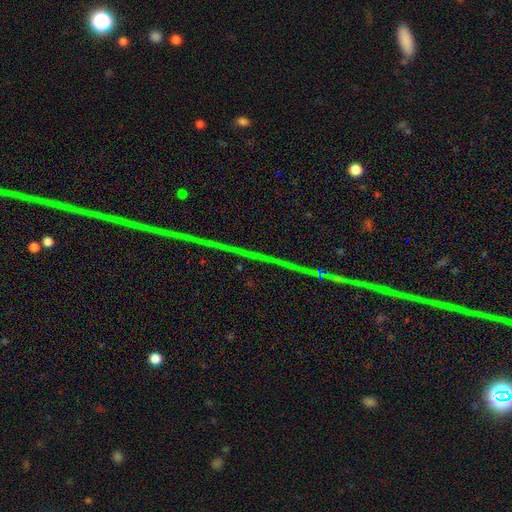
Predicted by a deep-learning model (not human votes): star or artifact 77%, featured or disk 14%, smooth 9%.